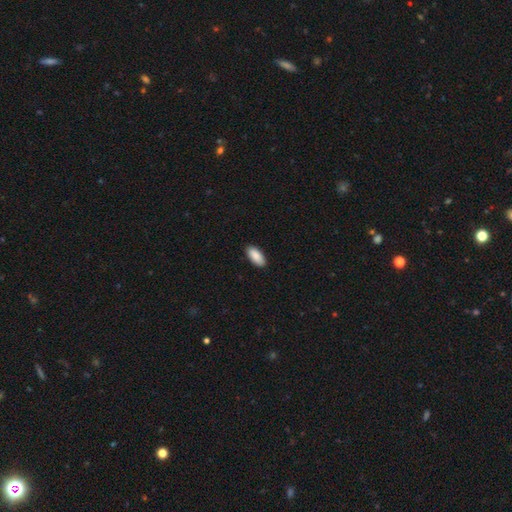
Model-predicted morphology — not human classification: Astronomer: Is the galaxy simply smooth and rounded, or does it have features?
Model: smooth — 90%.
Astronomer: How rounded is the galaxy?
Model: in between — 88%.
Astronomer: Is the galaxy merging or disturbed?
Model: none — 90%.